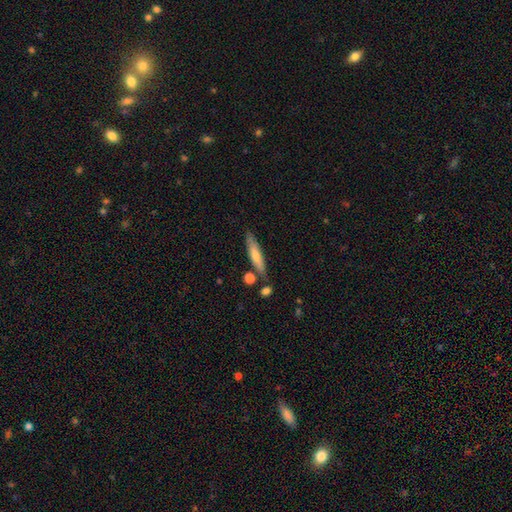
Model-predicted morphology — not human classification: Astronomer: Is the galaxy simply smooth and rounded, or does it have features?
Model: smooth — 67%.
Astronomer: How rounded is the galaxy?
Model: cigar-shaped — 83%.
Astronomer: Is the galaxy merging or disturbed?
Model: none — 74%.